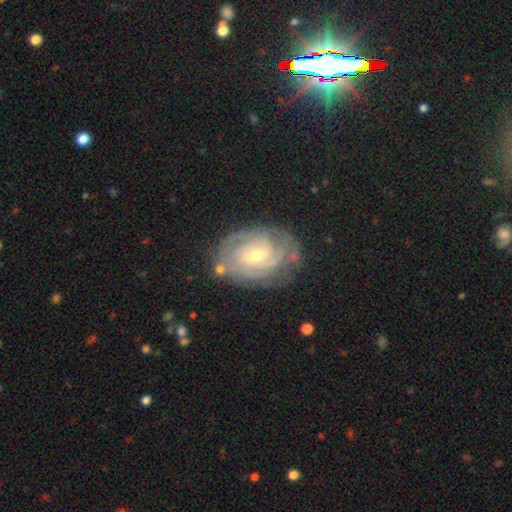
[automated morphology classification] type=featured or disk (84%); edge-on=no (96%); bar=weak (51%); spiral arms=yes (94%); winding=tight (74%); arm count=can't tell (34%); bulge=moderate (52%); merging=none (72%).